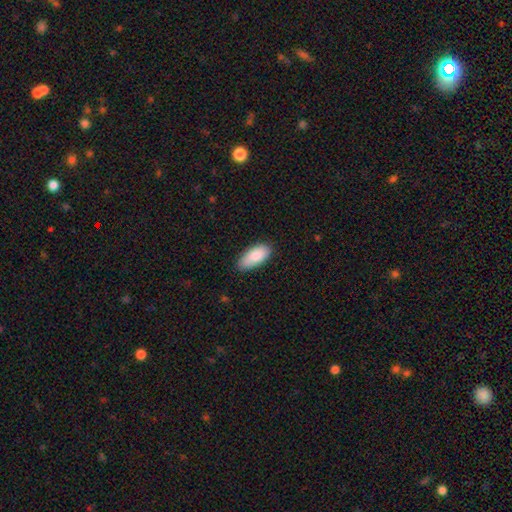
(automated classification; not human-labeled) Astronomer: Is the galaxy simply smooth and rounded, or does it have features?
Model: smooth — 87%.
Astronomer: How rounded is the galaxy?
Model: in between — 90%.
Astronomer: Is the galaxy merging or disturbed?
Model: none — 80%.